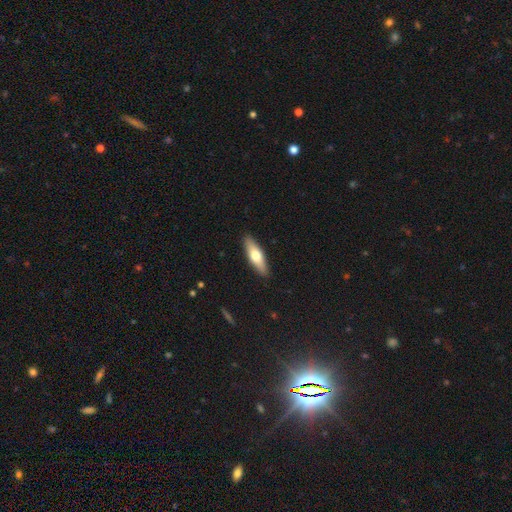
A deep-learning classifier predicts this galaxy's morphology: Smooth or featured? smooth (60%)
How rounded? cigar-shaped (55%)
Merging? none (91%)